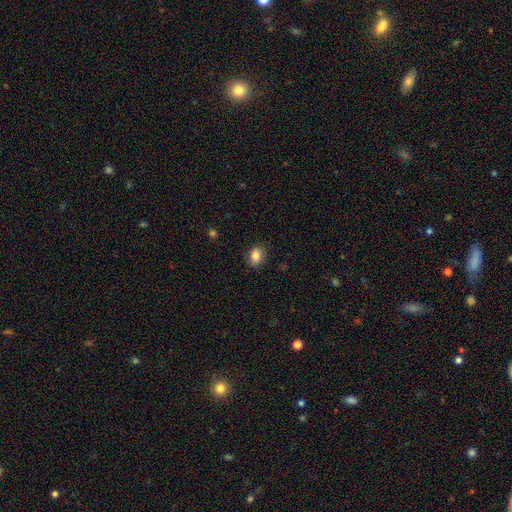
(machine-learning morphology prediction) smooth_or_featured: smooth (p=0.85) [alt: star or artifact p=0.09]
how_rounded: in between (p=0.73) [alt: round p=0.25]
merging: none (p=0.85) [alt: minor disturbance p=0.11]